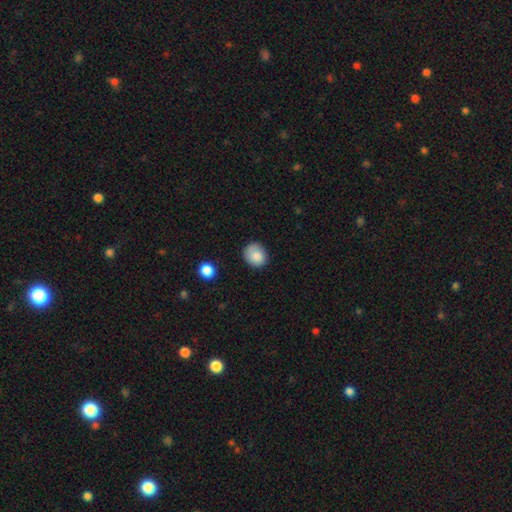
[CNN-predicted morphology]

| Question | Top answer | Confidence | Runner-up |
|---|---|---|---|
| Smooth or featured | smooth | 84% | star or artifact (8%) |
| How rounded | round | 69% | in between (30%) |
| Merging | none | 72% | minor disturbance (21%) |